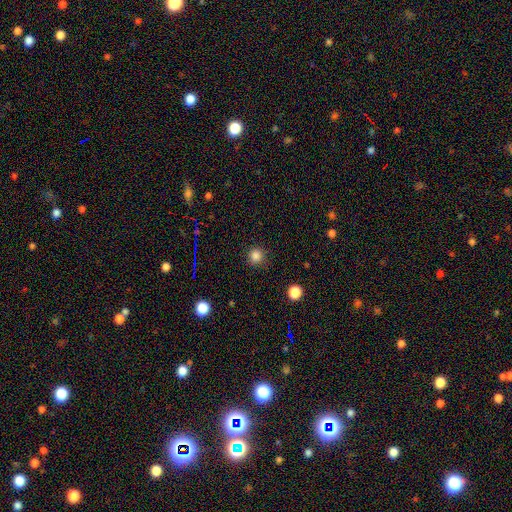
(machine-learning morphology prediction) smooth_or_featured: smooth (p=0.83) [alt: star or artifact p=0.13]
how_rounded: round (p=0.93) [alt: in between p=0.06]
merging: none (p=0.89) [alt: minor disturbance p=0.08]